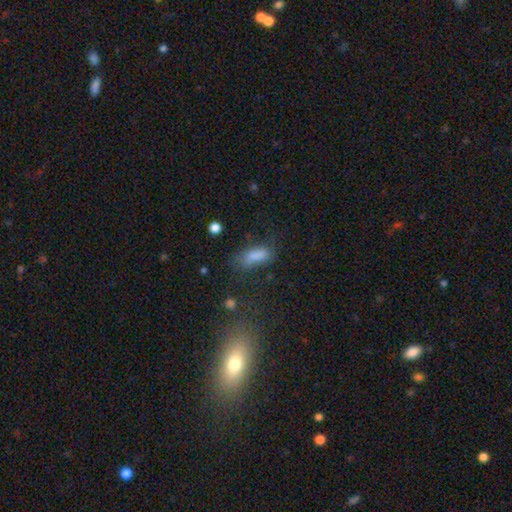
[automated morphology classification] Smooth or featured?
  - smooth: 79% *
  - featured or disk: 11%
  - star or artifact: 11%
How rounded?
  - in between: 71% *
  - cigar-shaped: 26%
  - round: 3%
Merging?
  - none: 50% *
  - minor disturbance: 27%
  - major disturbance: 19%
  - merger: 5%